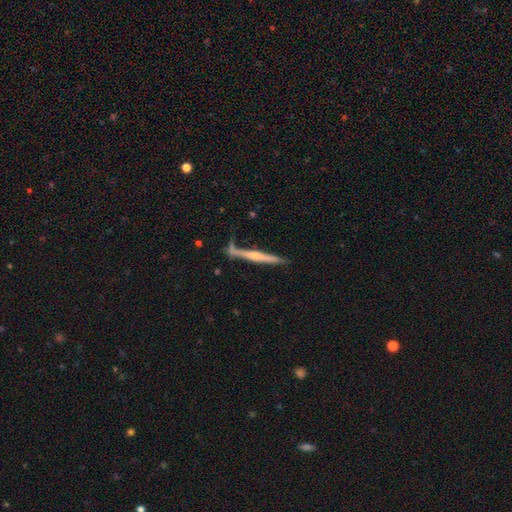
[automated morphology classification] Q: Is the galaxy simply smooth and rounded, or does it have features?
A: featured or disk — 63%.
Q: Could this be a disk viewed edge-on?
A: yes — 95%.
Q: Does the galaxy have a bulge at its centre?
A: rounded — 50%.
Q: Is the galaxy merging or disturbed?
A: none — 66%.